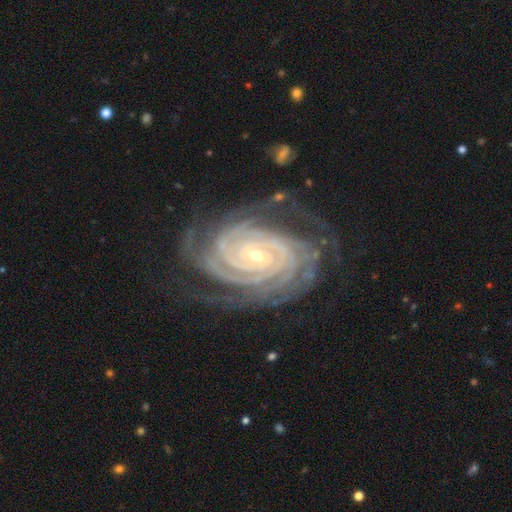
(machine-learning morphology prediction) Q: Smooth or featured?
A: featured or disk (93%); runner-up: star or artifact (4%)
Q: Edge-on disk?
A: no (97%); runner-up: yes (3%)
Q: Bar?
A: no (47%); runner-up: weak (31%)
Q: Spiral arms?
A: yes (99%); runner-up: no (1%)
Q: Spiral winding?
A: tight (87%); runner-up: medium (11%)
Q: Spiral arm count?
A: 4 (29%); runner-up: 3 (17%)
Q: Bulge size?
A: small (76%); runner-up: moderate (21%)
Q: Merging?
A: none (74%); runner-up: minor disturbance (17%)